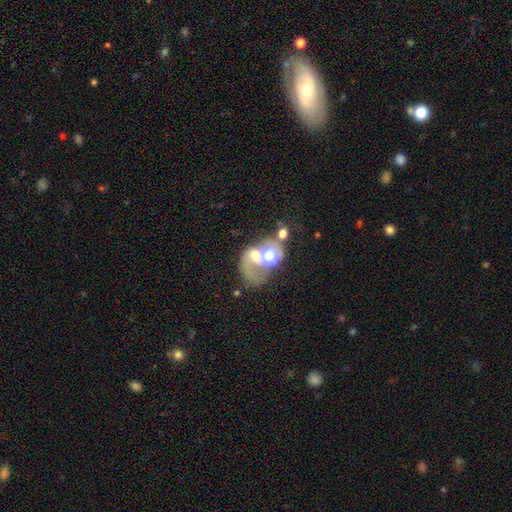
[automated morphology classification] featured or disk 43%, smooth 38%, star or artifact 19%. Down the decision tree: merging — merger (44%).